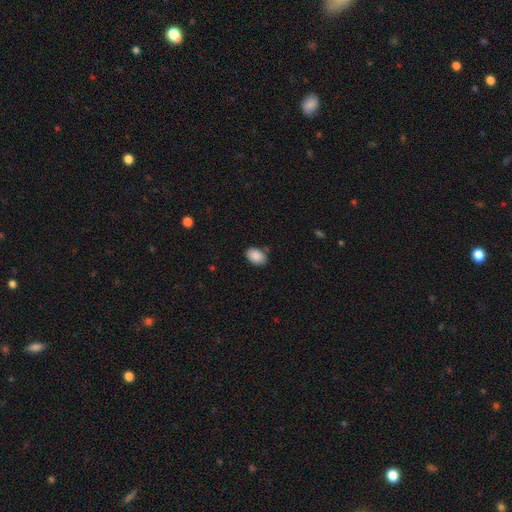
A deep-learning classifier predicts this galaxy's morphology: Smooth or featured: smooth — 89% (star or artifact — 7%)
How rounded: in between — 84% (round — 15%)
Merging: none — 78% (minor disturbance — 15%)